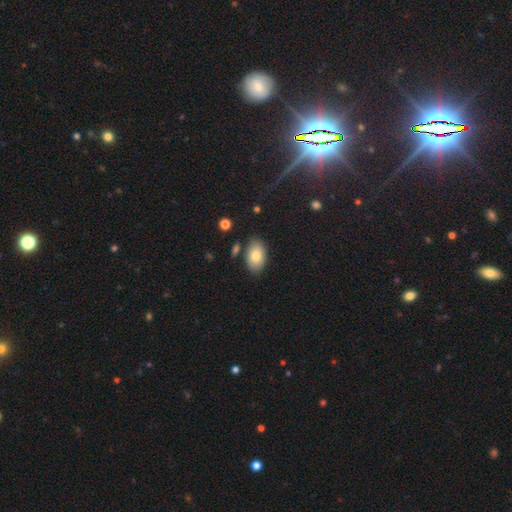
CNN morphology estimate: This appears to be a smooth galaxy with no disk features (81%) that is in between round and cigar-shaped (91%). Merging: none (80%).